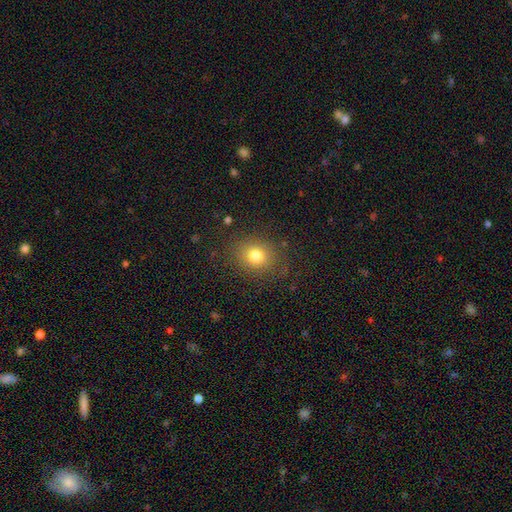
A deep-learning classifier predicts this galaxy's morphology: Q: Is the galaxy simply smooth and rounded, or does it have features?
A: smooth — 78%.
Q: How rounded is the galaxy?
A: round — 68%.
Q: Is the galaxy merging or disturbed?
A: none — 83%.